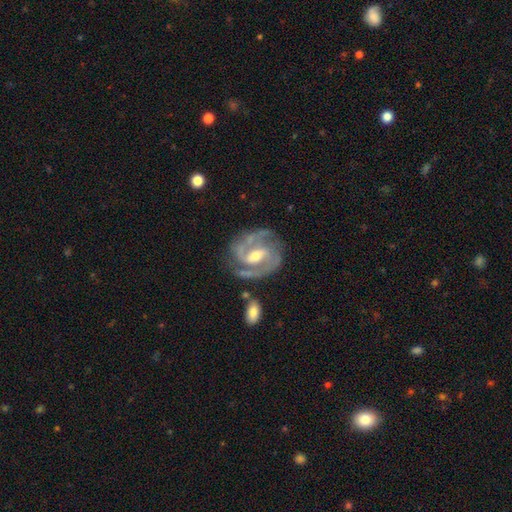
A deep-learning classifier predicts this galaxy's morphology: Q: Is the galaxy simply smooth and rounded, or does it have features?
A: featured or disk — 91%.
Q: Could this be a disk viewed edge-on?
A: no — 97%.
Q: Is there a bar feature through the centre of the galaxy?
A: weak — 43%.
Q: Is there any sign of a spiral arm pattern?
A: yes — 97%.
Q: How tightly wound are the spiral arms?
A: medium — 49%.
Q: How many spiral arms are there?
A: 2 — 84%.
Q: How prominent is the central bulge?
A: moderate — 59%.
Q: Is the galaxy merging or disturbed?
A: none — 74%.